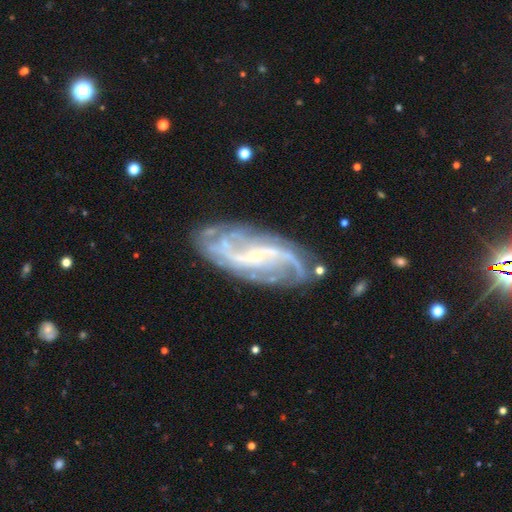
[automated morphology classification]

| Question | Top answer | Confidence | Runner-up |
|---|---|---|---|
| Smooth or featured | featured or disk | 88% | star or artifact (6%) |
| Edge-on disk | no | 94% | yes (6%) |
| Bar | weak | 40% | no (39%) |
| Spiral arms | yes | 96% | no (4%) |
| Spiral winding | loose | 40% | medium (39%) |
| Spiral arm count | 2 | 47% | can't tell (19%) |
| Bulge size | small | 82% | moderate (12%) |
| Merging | none | 74% | minor disturbance (16%) |